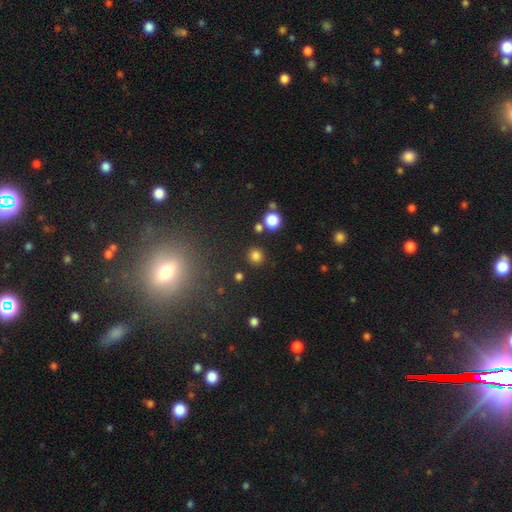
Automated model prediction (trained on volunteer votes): The model was most divided on "smooth or featured": smooth: 81%, star or artifact: 15%, featured or disk: 4%. More confident: how rounded — round (92%); merging — none (88%).